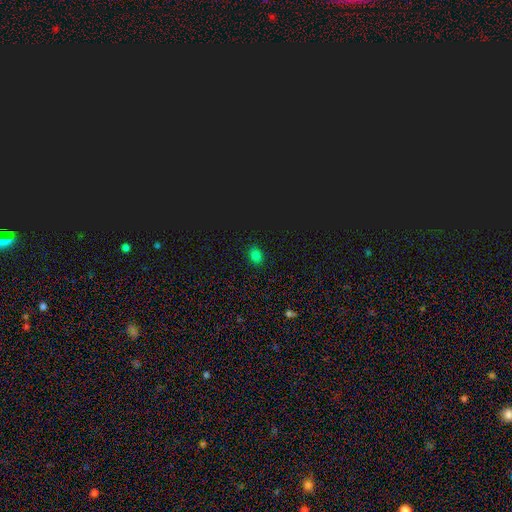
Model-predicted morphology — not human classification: smooth_or_featured: smooth (p=0.73) [alt: star or artifact p=0.23]
how_rounded: in between (p=0.58) [alt: round p=0.40]
merging: none (p=0.87) [alt: minor disturbance p=0.09]